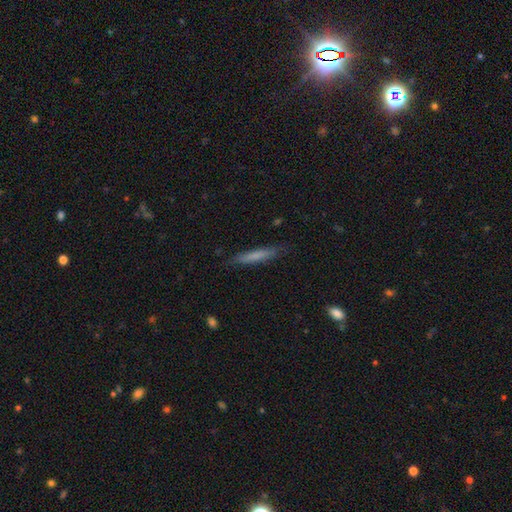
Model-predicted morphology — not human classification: This is likely a smooth galaxy (70%). How rounded: clearly cigar-shaped (94%). Merging: clearly none (84%).